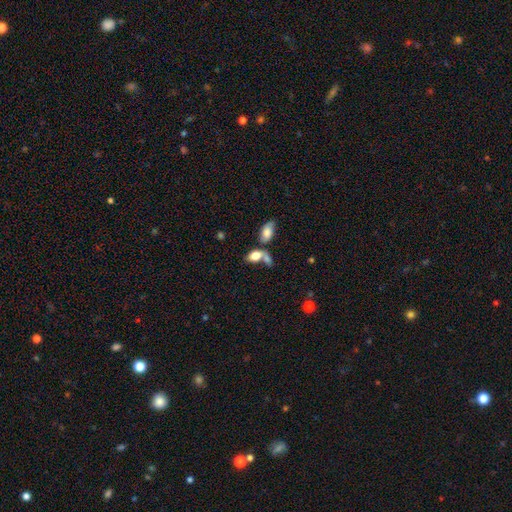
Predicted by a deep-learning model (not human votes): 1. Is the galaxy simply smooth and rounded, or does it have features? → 77% smooth, 14% featured or disk, 9% star or artifact.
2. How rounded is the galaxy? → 87% in between, 9% round, 3% cigar-shaped.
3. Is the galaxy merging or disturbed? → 54% merger, 26% none, 11% minor disturbance, 9% major disturbance.